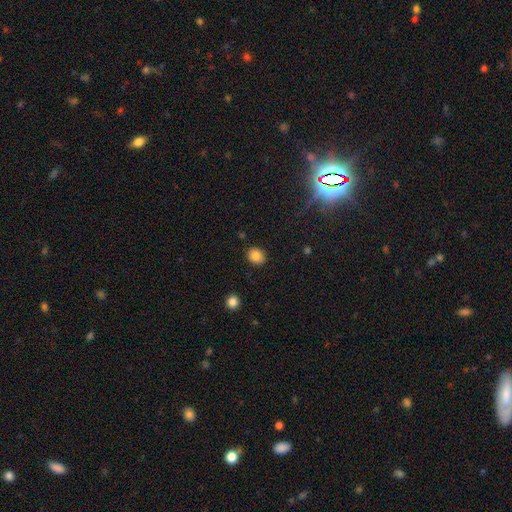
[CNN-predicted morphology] smooth 85%, star or artifact 10%, featured or disk 6%. Down the decision tree: how rounded — round (64%); merging — none (89%).